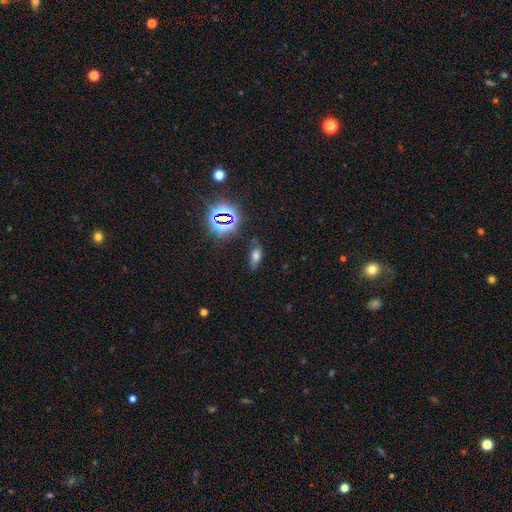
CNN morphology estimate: Smooth or featured?
  - smooth: 62% *
  - star or artifact: 25%
  - featured or disk: 12%
How rounded?
  - in between: 78% *
  - cigar-shaped: 16%
  - round: 6%
Merging?
  - none: 72% *
  - minor disturbance: 18%
  - major disturbance: 6%
  - merger: 3%